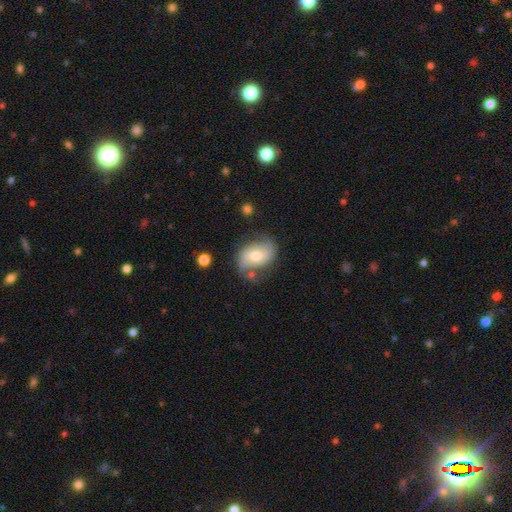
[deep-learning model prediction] Smooth or featured? Predicted: featured or disk (p=0.49). Merging? Predicted: none (p=0.59).